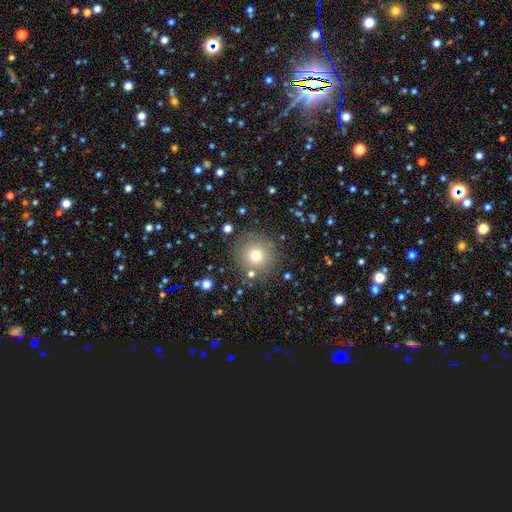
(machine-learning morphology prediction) A smooth galaxy with no disk features (73%) that is round (95%).

Vote fractions:
- Smooth or featured? smooth: 73% / star or artifact: 16% / featured or disk: 11%
- How rounded? round: 95% / in between: 4% / cigar-shaped: 1%
- Merging? none: 85% / minor disturbance: 8% / major disturbance: 4% / merger: 4%